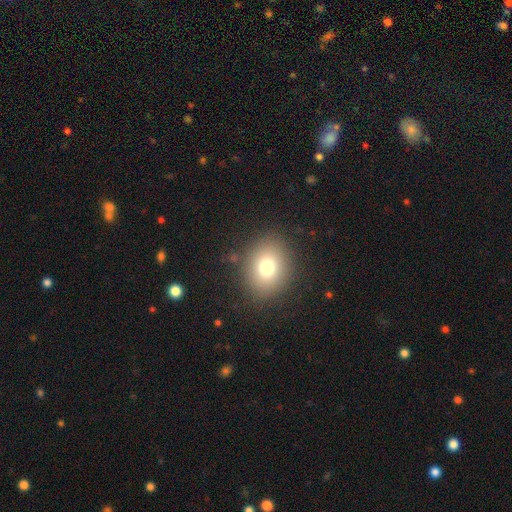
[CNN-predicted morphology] type=smooth (69%); roundness=round (60%); merging=none (91%).